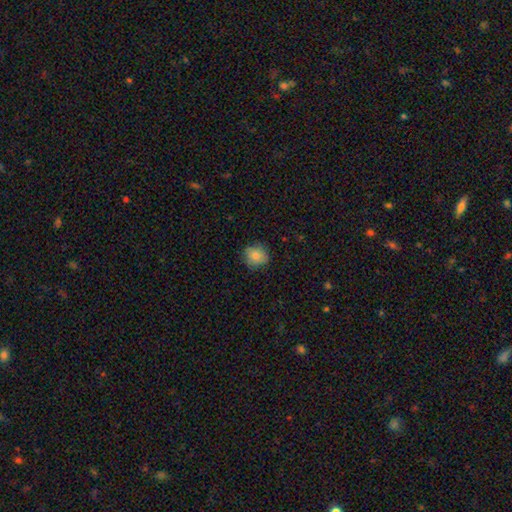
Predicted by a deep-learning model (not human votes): Smooth or featured?
  - smooth: 82% *
  - star or artifact: 9%
  - featured or disk: 9%
How rounded?
  - round: 83% *
  - in between: 16%
  - cigar-shaped: 1%
Merging?
  - none: 81% *
  - minor disturbance: 15%
  - major disturbance: 3%
  - merger: 1%